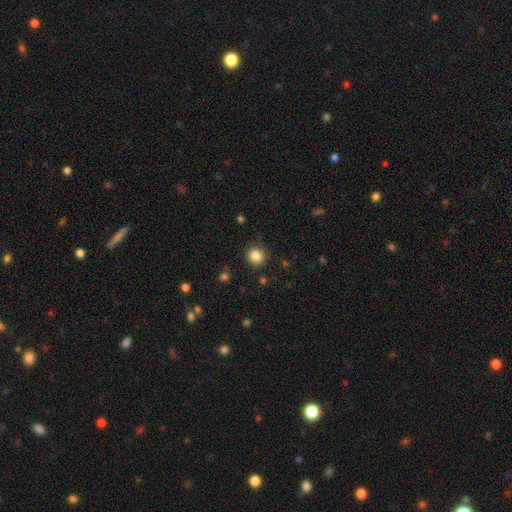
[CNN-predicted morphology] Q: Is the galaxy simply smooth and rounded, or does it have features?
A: smooth — 85%.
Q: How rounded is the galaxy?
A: round — 90%.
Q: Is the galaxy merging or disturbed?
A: none — 86%.